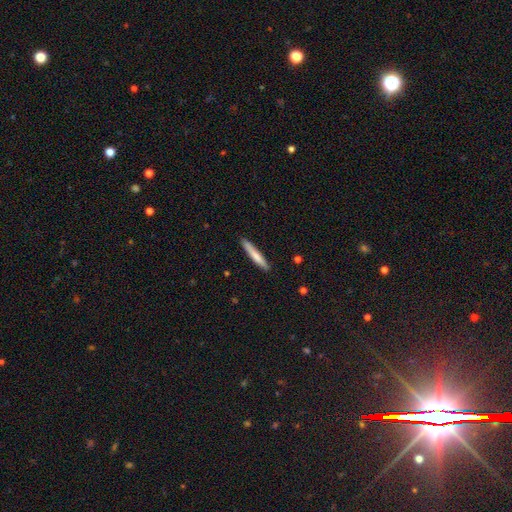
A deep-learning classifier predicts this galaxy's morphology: Smooth or featured?
  - smooth: 72% *
  - featured or disk: 23%
  - star or artifact: 5%
How rounded?
  - cigar-shaped: 95% *
  - in between: 4%
  - round: 1%
Merging?
  - none: 90% *
  - minor disturbance: 8%
  - major disturbance: 1%
  - merger: 1%